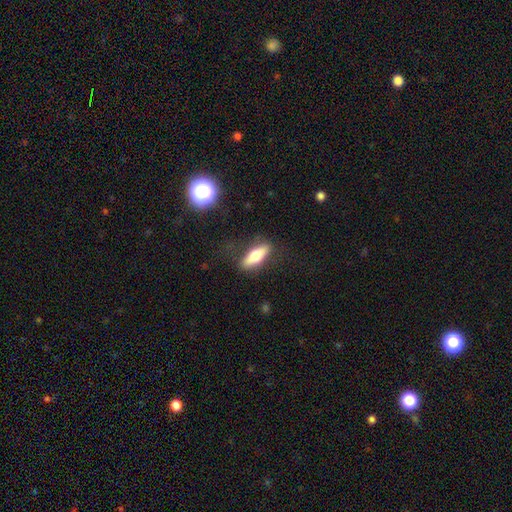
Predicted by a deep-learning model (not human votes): Morphology: type=smooth (57%); roundness=cigar-shaped (51%); merging=none (83%).